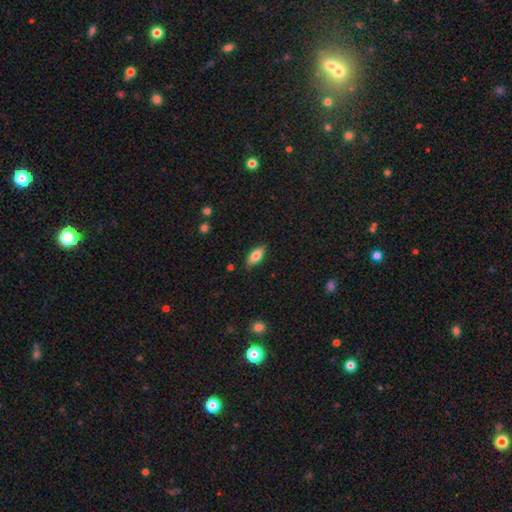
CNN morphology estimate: The model was most divided on "smooth or featured": smooth: 71%, featured or disk: 22%, star or artifact: 7%. More confident: merging — none (84%); how rounded — in between (81%).